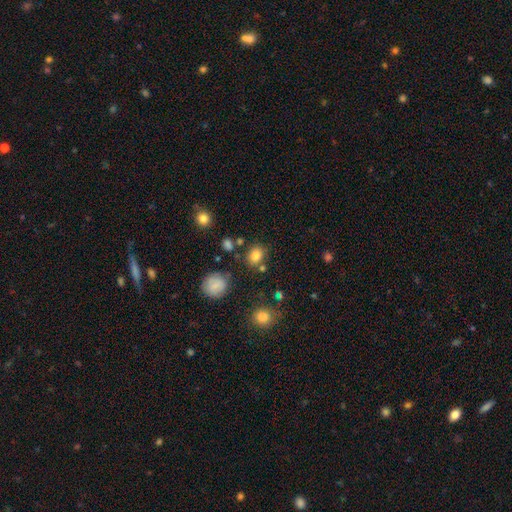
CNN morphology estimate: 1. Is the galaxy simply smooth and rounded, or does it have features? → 81% smooth, 13% star or artifact, 6% featured or disk.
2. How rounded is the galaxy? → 60% round, 39% in between, 1% cigar-shaped.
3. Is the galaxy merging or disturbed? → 75% none, 12% minor disturbance, 9% merger, 4% major disturbance.